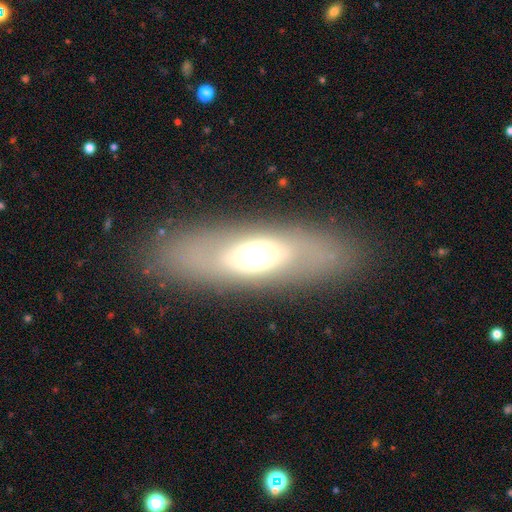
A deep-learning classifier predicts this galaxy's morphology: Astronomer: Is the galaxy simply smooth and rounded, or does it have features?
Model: smooth — 49% (runner-up: featured or disk, 41%).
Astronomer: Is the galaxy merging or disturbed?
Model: none — 85%.